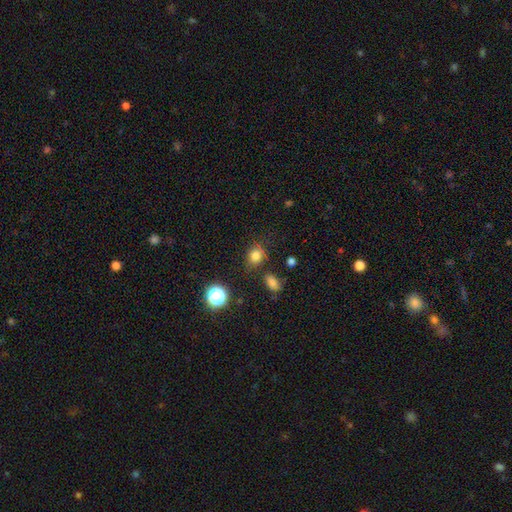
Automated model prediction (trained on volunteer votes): Overall: smooth (78%). How rounded: round (67%; in between 31%). Merging: none (75%).